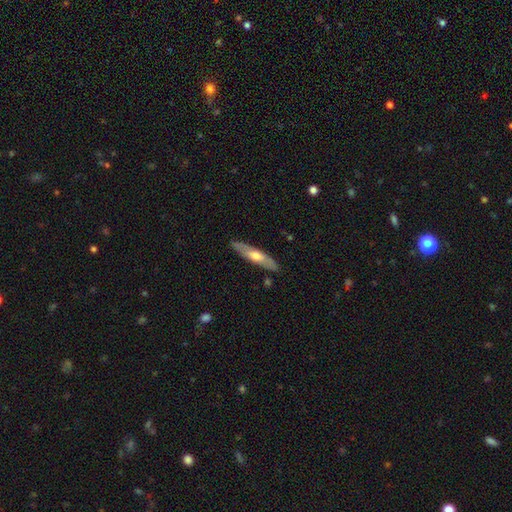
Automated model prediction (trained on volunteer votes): The model was most divided on "smooth or featured": featured or disk: 49%, smooth: 46%, star or artifact: 5%. More confident: merging — none (86%).